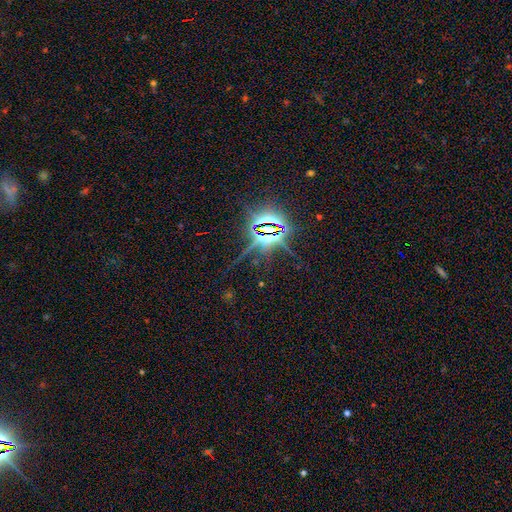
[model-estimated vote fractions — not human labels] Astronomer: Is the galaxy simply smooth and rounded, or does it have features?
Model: star or artifact — 84%.